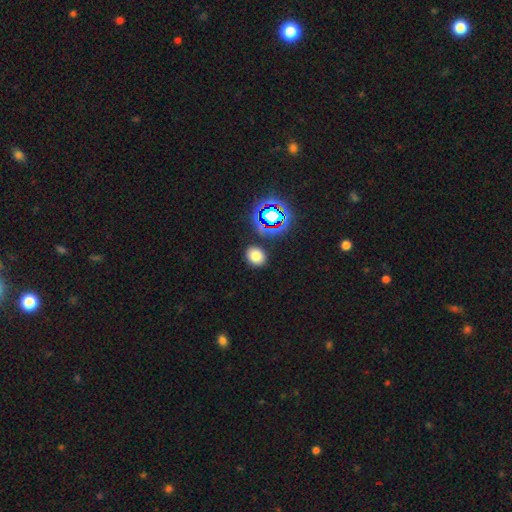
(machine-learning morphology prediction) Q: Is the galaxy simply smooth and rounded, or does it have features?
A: smooth — 73%.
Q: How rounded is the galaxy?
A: round — 54%.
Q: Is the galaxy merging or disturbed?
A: none — 86%.